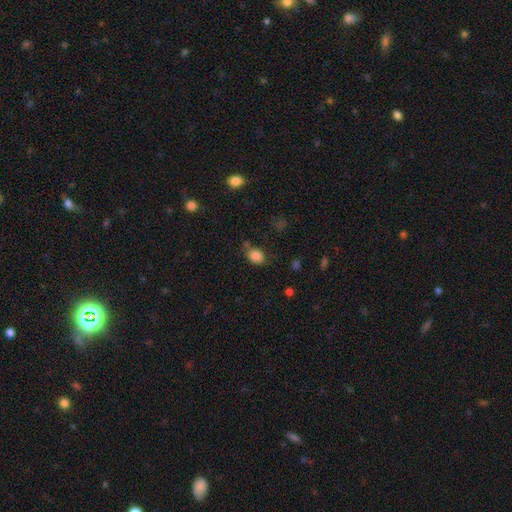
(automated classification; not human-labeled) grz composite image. It shows a smooth galaxy with no disk features (84%) that is in between round and cigar-shaped (64%). Merging: none (68%).